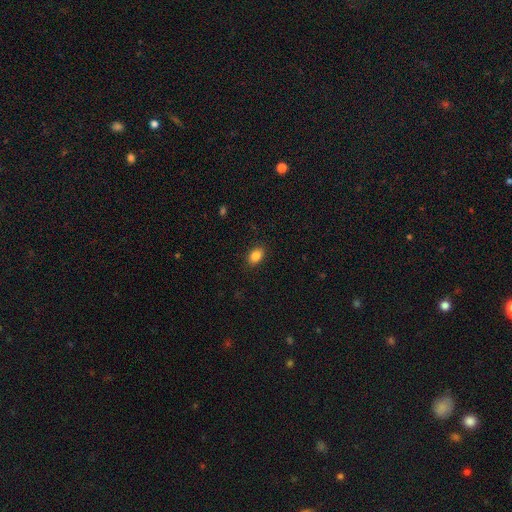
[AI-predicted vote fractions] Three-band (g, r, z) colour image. It shows a smooth galaxy with no disk features (86%) that is in between round and cigar-shaped (78%). Merging: none (88%).